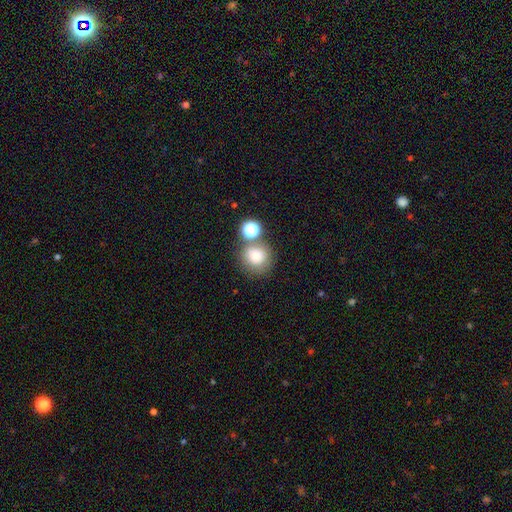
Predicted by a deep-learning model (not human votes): Morphology: type=smooth (78%); roundness=round (85%); merging=none (60%).